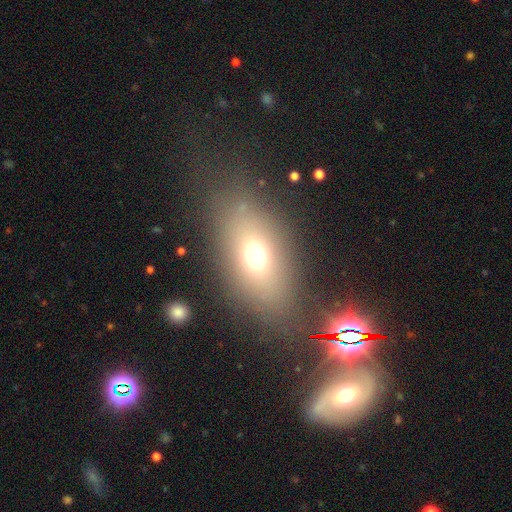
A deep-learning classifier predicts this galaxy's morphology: A smooth galaxy with no disk features (65%) that is in between round and cigar-shaped (78%).

Vote fractions:
- Smooth or featured? smooth: 65% / star or artifact: 18% / featured or disk: 17%
- How rounded? in between: 78% / round: 18% / cigar-shaped: 4%
- Merging? none: 74% / minor disturbance: 12% / major disturbance: 9% / merger: 5%